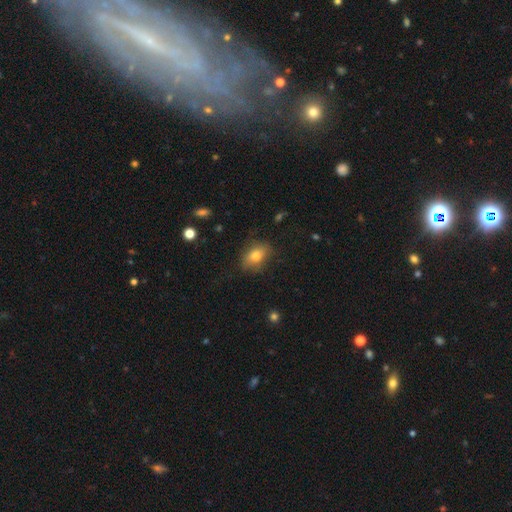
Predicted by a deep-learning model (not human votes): Smooth or featured? Predicted: smooth (p=0.76). How rounded? Predicted: in between (p=0.79). Merging? Predicted: none (p=0.76).